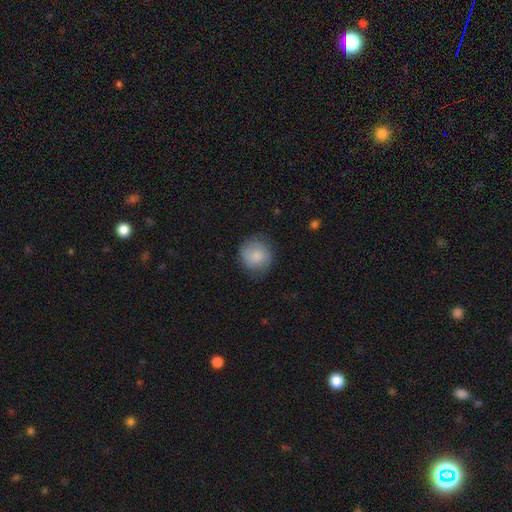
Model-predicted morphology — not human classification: Q: Smooth or featured?
A: smooth (81%); runner-up: featured or disk (13%)
Q: How rounded?
A: round (88%); runner-up: in between (11%)
Q: Merging?
A: none (75%); runner-up: minor disturbance (19%)